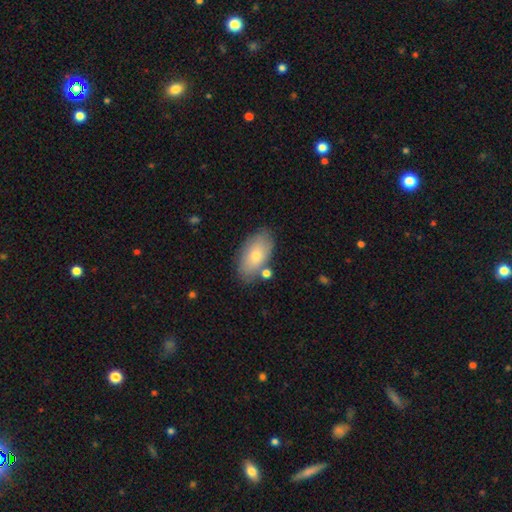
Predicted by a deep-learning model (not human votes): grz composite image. It shows a smooth galaxy with no disk features (71%) that is in between round and cigar-shaped (93%). Merging: none (78%).